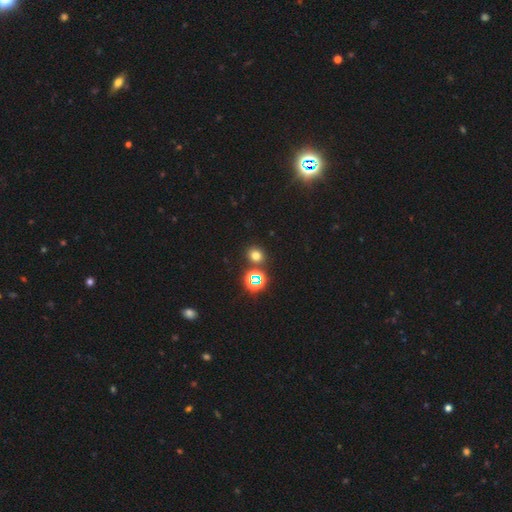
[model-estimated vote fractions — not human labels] Q: Smooth or featured?
A: smooth (67%); runner-up: star or artifact (26%)
Q: How rounded?
A: round (82%); runner-up: in between (17%)
Q: Merging?
A: none (81%); runner-up: merger (9%)